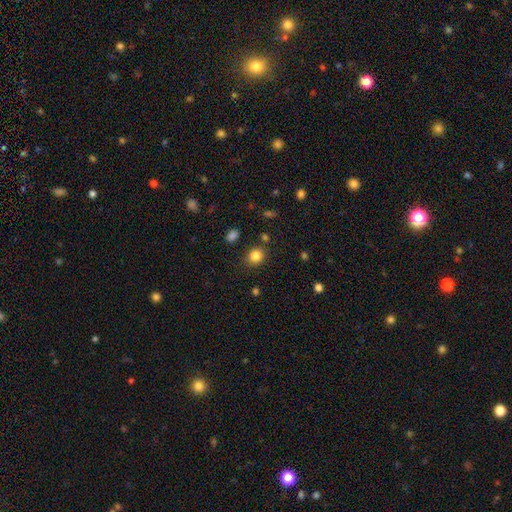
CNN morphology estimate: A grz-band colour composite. It shows a smooth galaxy with no disk features (83%) that is round (69%). Merging: none (82%).